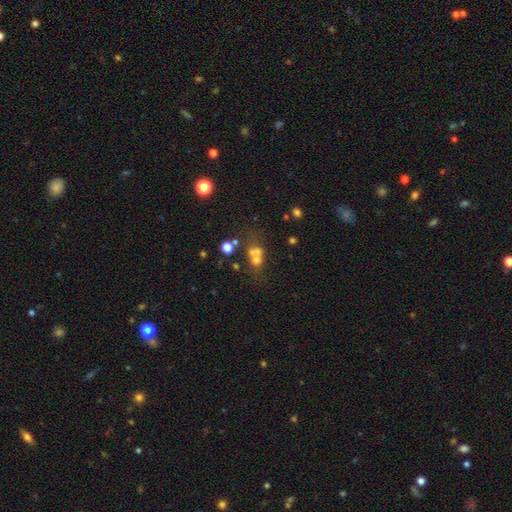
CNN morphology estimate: Smooth or featured?
  - smooth: 55% *
  - featured or disk: 24%
  - star or artifact: 20%
How rounded?
  - round: 72% *
  - in between: 26%
  - cigar-shaped: 2%
Merging?
  - merger: 52% *
  - none: 32%
  - minor disturbance: 8%
  - major disturbance: 7%